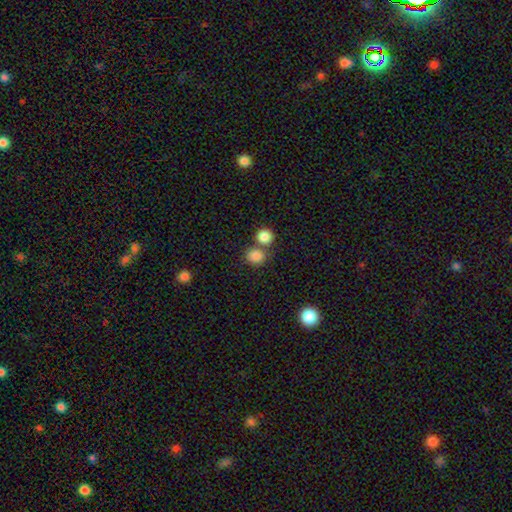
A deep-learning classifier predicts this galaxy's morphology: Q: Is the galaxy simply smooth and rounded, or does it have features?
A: smooth — 84%.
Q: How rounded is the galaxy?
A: round — 75%.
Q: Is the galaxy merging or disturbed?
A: none — 58%.